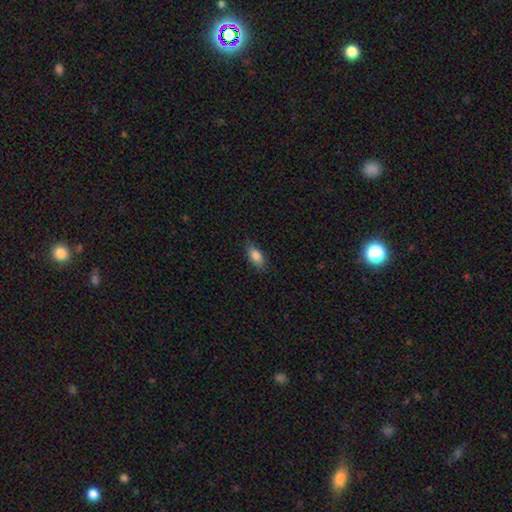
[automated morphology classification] Smooth or featured? smooth (85%)
How rounded? in between (84%)
Merging? none (80%)